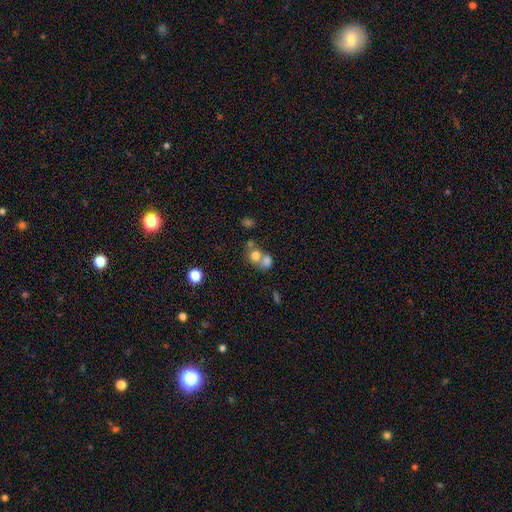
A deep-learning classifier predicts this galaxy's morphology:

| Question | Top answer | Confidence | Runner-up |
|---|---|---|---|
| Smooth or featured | smooth | 70% | featured or disk (18%) |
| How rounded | round | 69% | in between (30%) |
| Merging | merger | 59% | none (29%) |